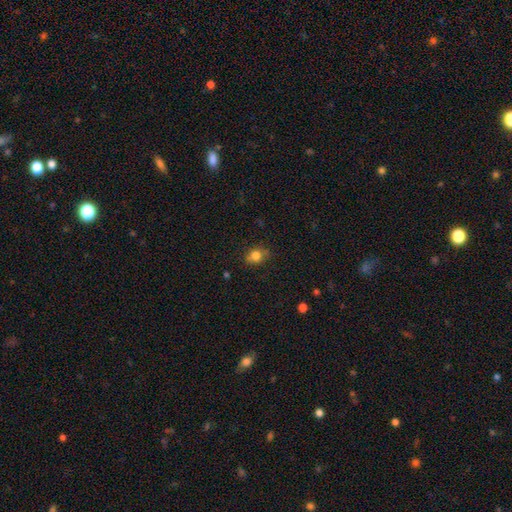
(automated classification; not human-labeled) Smooth or featured?
  - smooth: 80% *
  - star or artifact: 12%
  - featured or disk: 9%
How rounded?
  - round: 54% *
  - in between: 45%
  - cigar-shaped: 1%
Merging?
  - none: 73% *
  - minor disturbance: 20%
  - major disturbance: 5%
  - merger: 2%